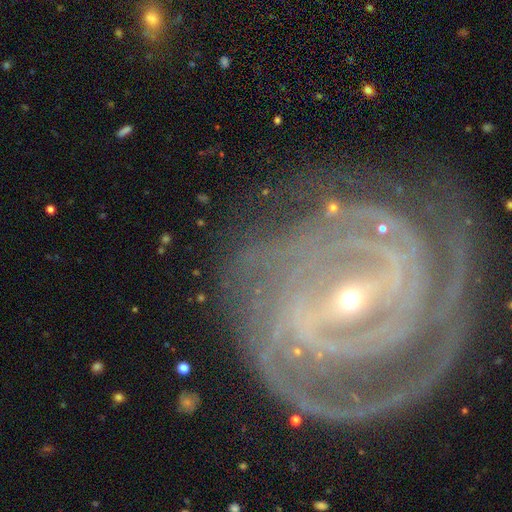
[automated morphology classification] A featured or disk galaxy (86%) with a strong bar (58%), 2 (22%, tied with can't tell) tight (72%) spiral arms (95%) and a small central bulge (66%).

Vote fractions:
- Smooth or featured? featured or disk: 86% / star or artifact: 8% / smooth: 6%
- Edge-on disk? no: 96% / yes: 4%
- Bar? strong: 58% / weak: 26% / no: 16%
- Spiral arms? yes: 95% / no: 5%
- Spiral winding? tight: 72% / medium: 21% / loose: 6%
- Spiral arm count? 2: 22% (tied) / can't tell: 22% (tied) / 3: 18% / 4: 16% / more than 4: 12% / 1: 10%
- Bulge size? small: 66% / moderate: 30% / large: 2% / dominant: 1% / none: 1%
- Merging? none: 70% / minor disturbance: 16% / major disturbance: 10% / merger: 4%